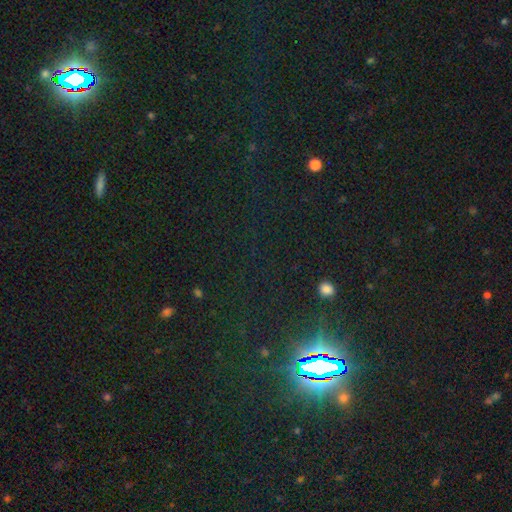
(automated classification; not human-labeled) star or artifact 81%, smooth 12%, featured or disk 7%.